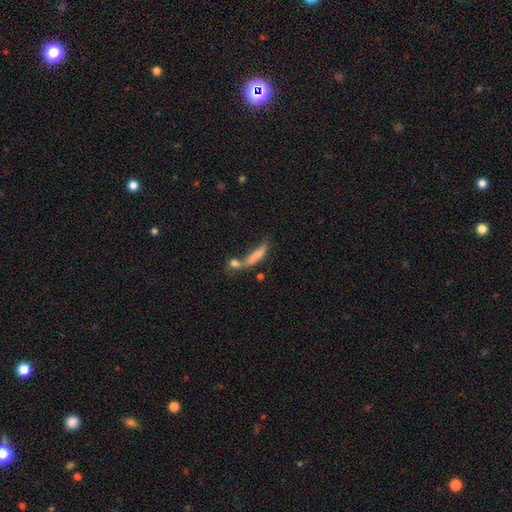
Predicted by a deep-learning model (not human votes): smooth 74%, featured or disk 17%, star or artifact 9%. Down the decision tree: how rounded — cigar-shaped (67%); merging — merger (45%).